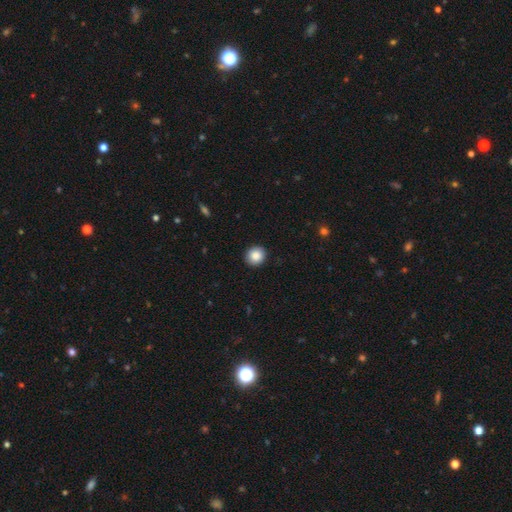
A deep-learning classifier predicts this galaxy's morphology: Smooth or featured?
  - smooth: 87% *
  - star or artifact: 8%
  - featured or disk: 4%
How rounded?
  - round: 87% *
  - in between: 12%
  - cigar-shaped: 1%
Merging?
  - none: 92% *
  - minor disturbance: 5%
  - major disturbance: 2%
  - merger: 1%